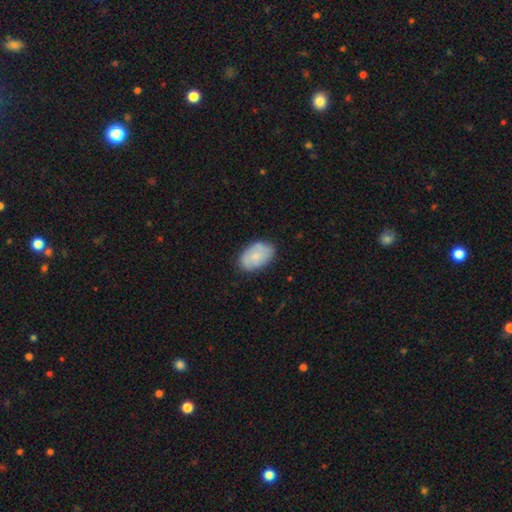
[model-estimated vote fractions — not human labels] A smooth galaxy with no disk features (72%) that is in between round and cigar-shaped (91%).

Vote fractions:
- Smooth or featured? smooth: 72% / featured or disk: 21% / star or artifact: 6%
- How rounded? in between: 91% / round: 8% / cigar-shaped: 1%
- Merging? none: 81% / minor disturbance: 15% / major disturbance: 3% / merger: 1%